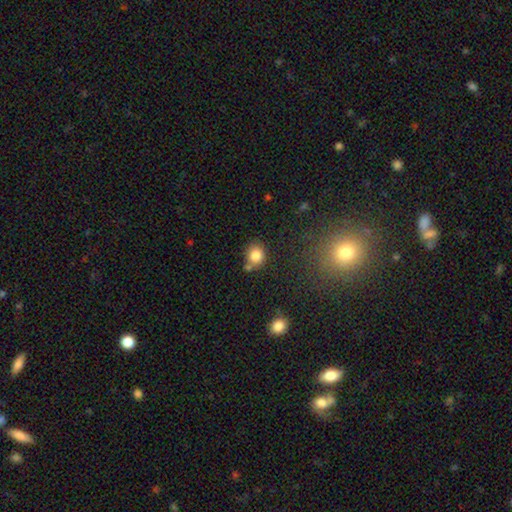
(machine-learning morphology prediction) This appears to be a smooth galaxy with no disk features (83%) that is round (75%). Merging: none (67%).